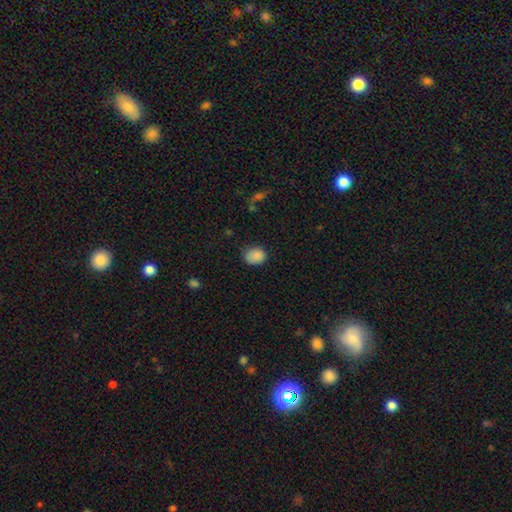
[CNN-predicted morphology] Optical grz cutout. It shows a smooth galaxy with no disk features (87%) that is round (55%). Merging: none (72%).